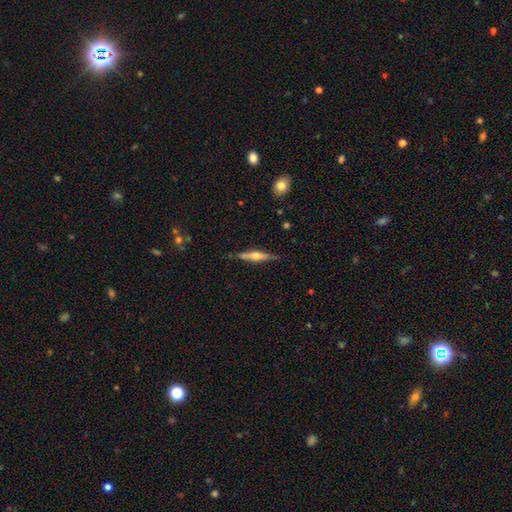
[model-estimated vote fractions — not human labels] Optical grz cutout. It shows a featured or disk galaxy (67%) viewed edge-on (97%) with a rounded central bulge (89%). Merging: none (84%).